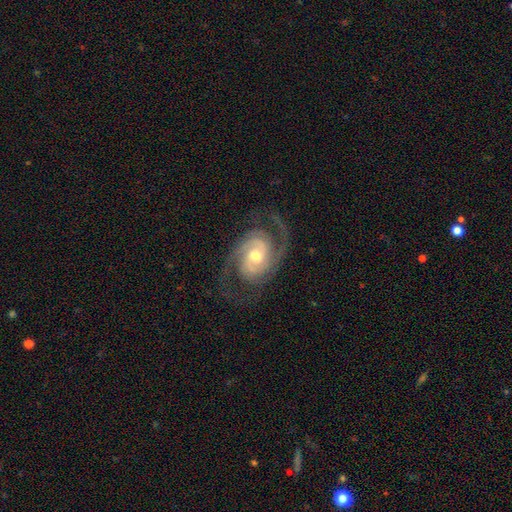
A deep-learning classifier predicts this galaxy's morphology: smooth_or_featured: featured or disk (p=0.92) [alt: star or artifact p=0.04]
disk_edge_on: no (p=0.97) [alt: yes p=0.03]
bar: no (p=0.57) [alt: weak p=0.33]
has_spiral_arms: yes (p=0.98) [alt: no p=0.02]
spiral_winding: medium (p=0.49) [alt: tight p=0.40]
spiral_arm_count: 2 (p=0.78) [alt: 3 p=0.11]
bulge_size: moderate (p=0.65) [alt: small p=0.28]
merging: none (p=0.75) [alt: minor disturbance p=0.14]